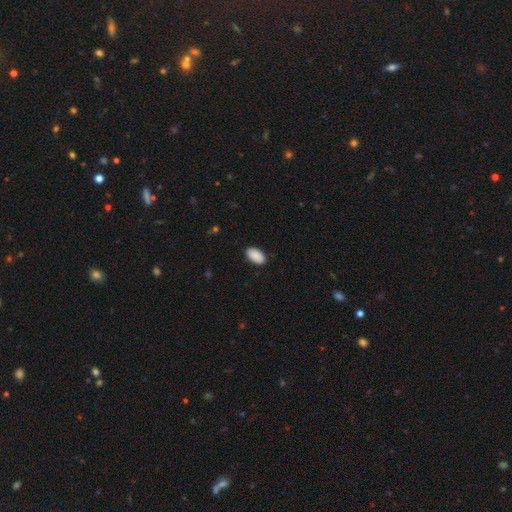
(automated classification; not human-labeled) Smooth or featured? smooth (90%)
How rounded? in between (95%)
Merging? none (87%)